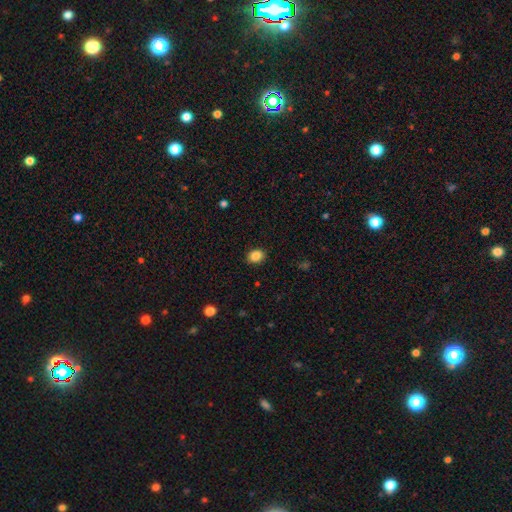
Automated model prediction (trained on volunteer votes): Q: Smooth or featured?
A: smooth (87%); runner-up: star or artifact (9%)
Q: How rounded?
A: in between (55%); runner-up: round (44%)
Q: Merging?
A: none (89%); runner-up: minor disturbance (8%)